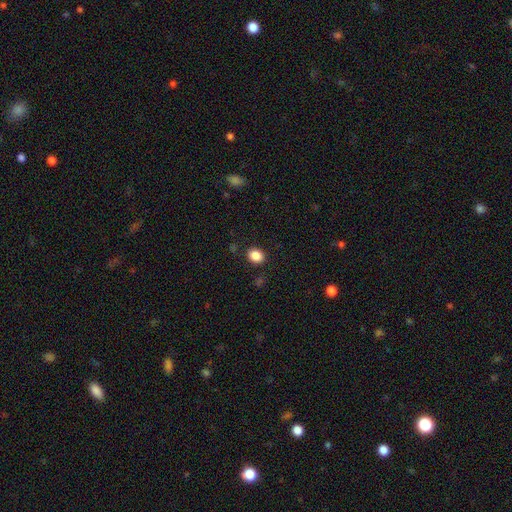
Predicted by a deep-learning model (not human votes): smooth-or-featured: smooth: 87% | star or artifact: 10% | featured or disk: 4%
  how-rounded: in between: 51% | round: 48% | cigar-shaped: 1%
  merging: none: 87% | minor disturbance: 8% | major disturbance: 3% | merger: 2%